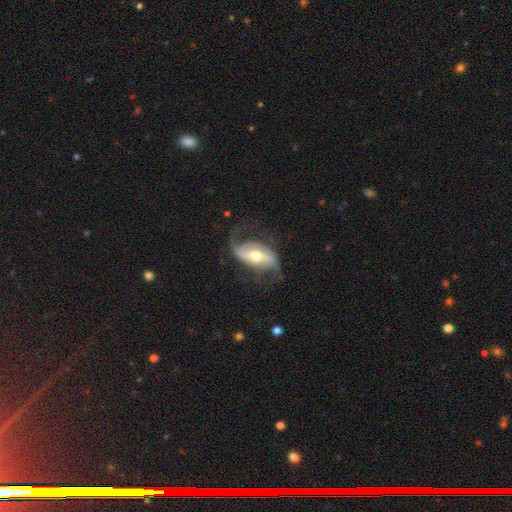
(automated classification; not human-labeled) Q: Smooth or featured?
A: featured or disk (84%); runner-up: smooth (11%)
Q: Edge-on disk?
A: no (93%); runner-up: yes (7%)
Q: Bar?
A: strong (46%); runner-up: weak (33%)
Q: Spiral arms?
A: yes (92%); runner-up: no (8%)
Q: Spiral winding?
A: loose (67%); runner-up: medium (26%)
Q: Spiral arm count?
A: 2 (85%); runner-up: 1 (8%)
Q: Bulge size?
A: moderate (70%); runner-up: small (20%)
Q: Merging?
A: none (62%); runner-up: minor disturbance (19%)